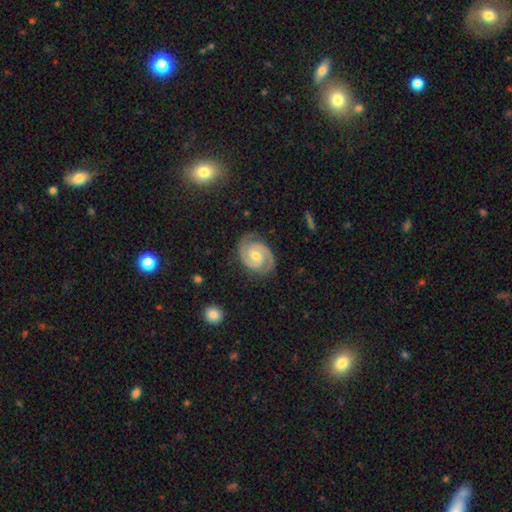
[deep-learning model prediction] A featured or disk galaxy (91%) with no bar (51%), 2 (94%) tight (57%) spiral arms (99%) and a moderate central bulge (57%). Merging: none (84%).